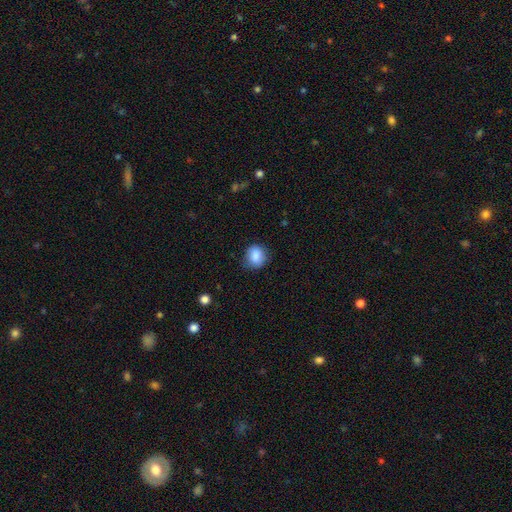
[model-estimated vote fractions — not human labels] This appears to be a smooth galaxy with no disk features (85%) that is round (73%). Merging: none (77%).